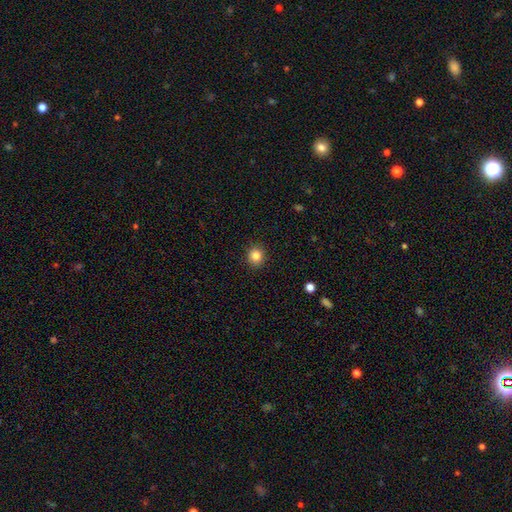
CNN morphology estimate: This is clearly a smooth galaxy (85%). How rounded: clearly round (87%). Merging: clearly none (91%).